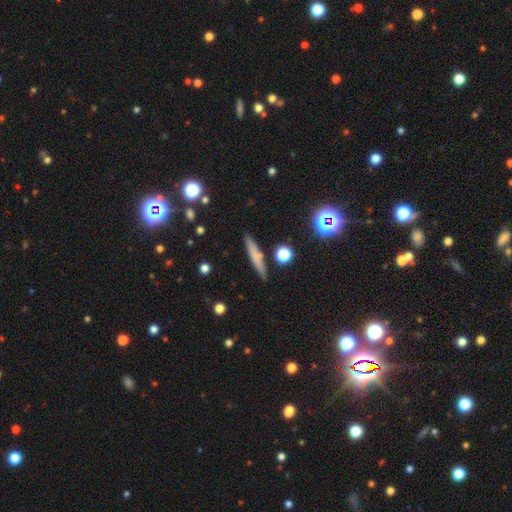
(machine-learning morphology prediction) Q: Smooth or featured?
A: smooth (67%); runner-up: featured or disk (23%)
Q: How rounded?
A: cigar-shaped (91%); runner-up: in between (7%)
Q: Merging?
A: none (85%); runner-up: minor disturbance (9%)